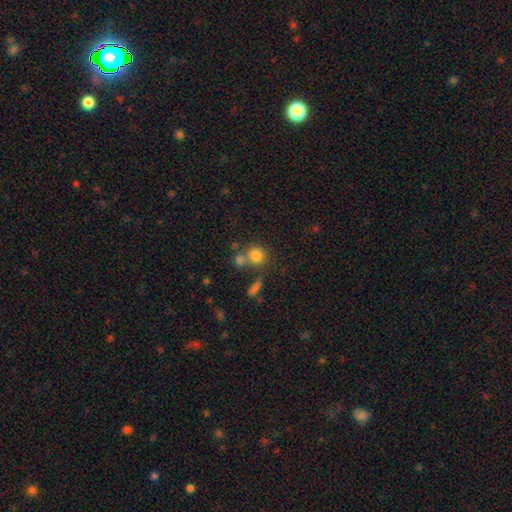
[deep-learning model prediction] A smooth galaxy with no disk features (80%) that is round (85%).

Vote fractions:
- Smooth or featured? smooth: 80% / star or artifact: 12% / featured or disk: 8%
- How rounded? round: 85% / in between: 14% / cigar-shaped: 1%
- Merging? none: 58% / merger: 28% / minor disturbance: 9% / major disturbance: 5%